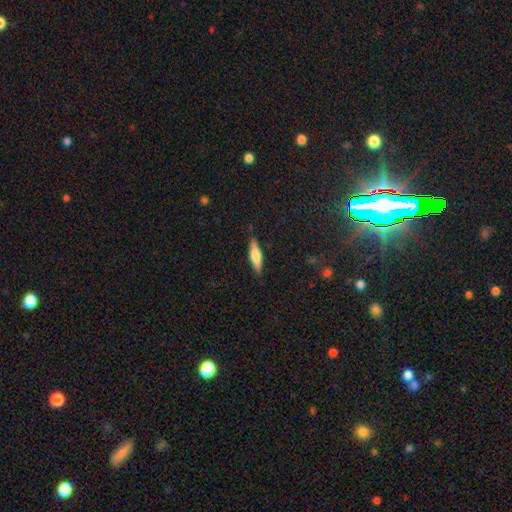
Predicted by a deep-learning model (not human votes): This appears to be a smooth galaxy with no disk features (58%) that is cigar-shaped (74%). Merging: none (87%).